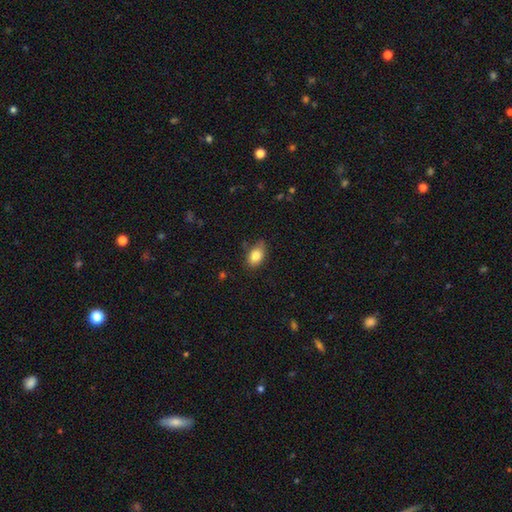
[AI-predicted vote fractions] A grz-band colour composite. It shows a smooth galaxy with no disk features (84%) that is in between round and cigar-shaped (87%). Merging: none (76%).